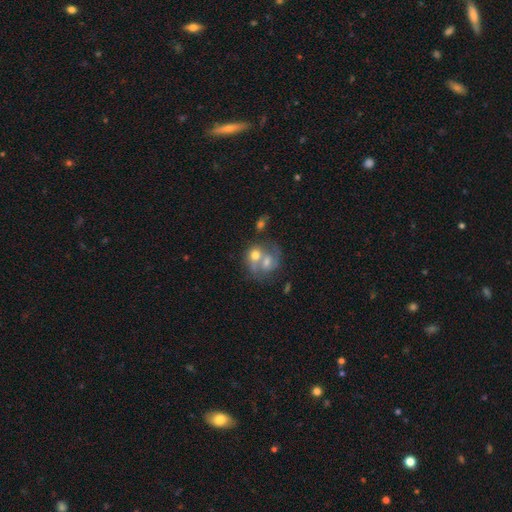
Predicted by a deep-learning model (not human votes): featured or disk 49%, smooth 43%, star or artifact 8%. Down the decision tree: merging — merger (67%).